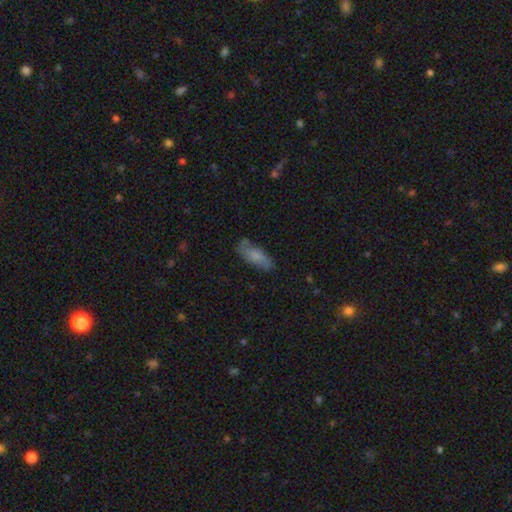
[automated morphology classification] Overall: smooth (69%). How rounded: in between (75%). Merging: none (69%).